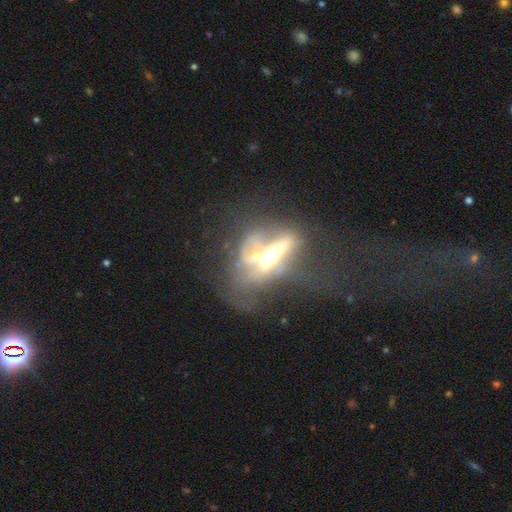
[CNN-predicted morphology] smooth-or-featured: featured or disk: 65% | smooth: 25% | star or artifact: 11%
  disk-edge-on: no: 57% | yes: 43%
  merging: merger: 40% | major disturbance: 29% | none: 21% | minor disturbance: 11%